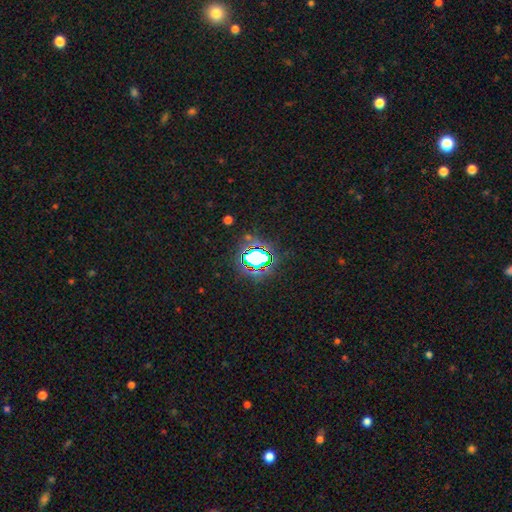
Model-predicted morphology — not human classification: smooth-or-featured: star or artifact: 67% | smooth: 21% | featured or disk: 12%